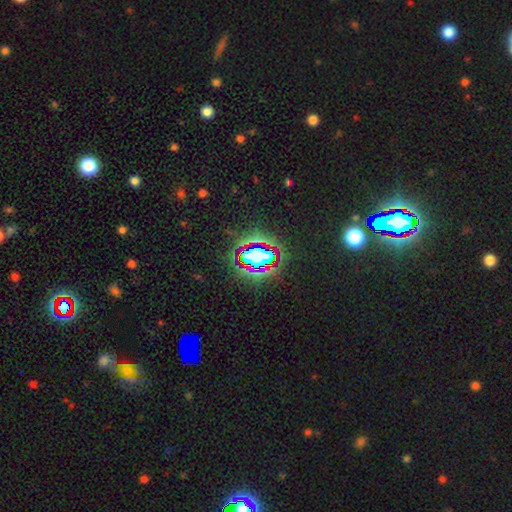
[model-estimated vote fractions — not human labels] Overall: star or artifact (65%).